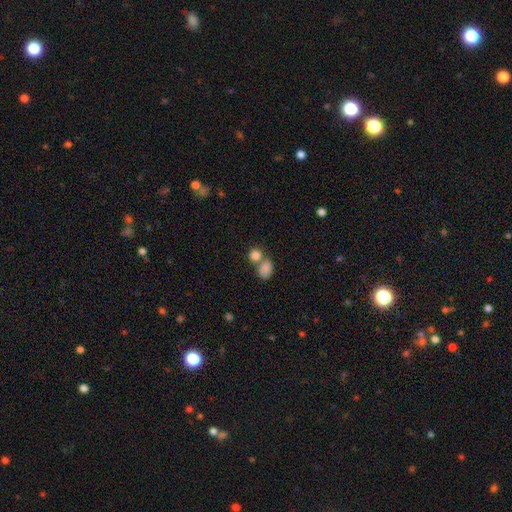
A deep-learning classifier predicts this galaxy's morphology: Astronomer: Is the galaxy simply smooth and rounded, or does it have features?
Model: smooth — 84%.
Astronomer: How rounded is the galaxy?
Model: round — 57% (runner-up: in between, 42%).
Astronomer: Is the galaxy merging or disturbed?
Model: merger — 50% (runner-up: none, 38%).